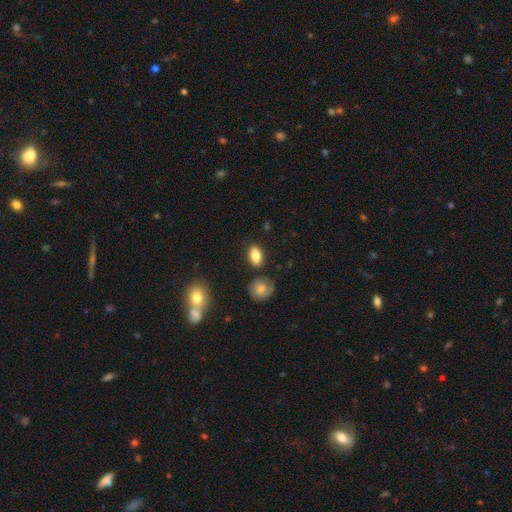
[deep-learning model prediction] Smooth or featured? Predicted: smooth (p=0.83). How rounded? Predicted: in between (p=0.87). Merging? Predicted: none (p=0.82).